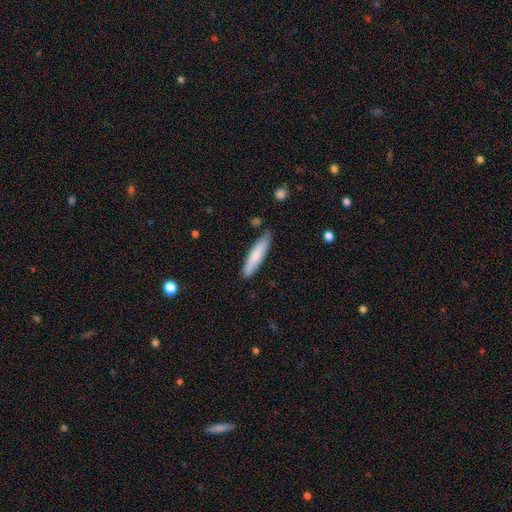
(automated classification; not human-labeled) smooth 76%, featured or disk 19%, star or artifact 5%. Down the decision tree: how rounded — cigar-shaped (85%); merging — none (83%).